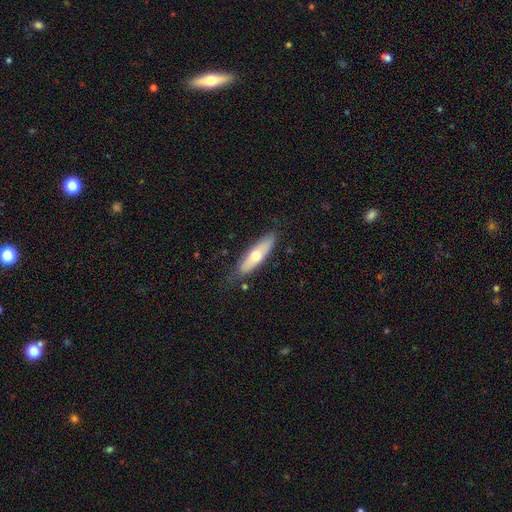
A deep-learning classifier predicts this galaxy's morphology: This appears to be a smooth galaxy with no disk features (55%) that is cigar-shaped (57%). Merging: none (80%).